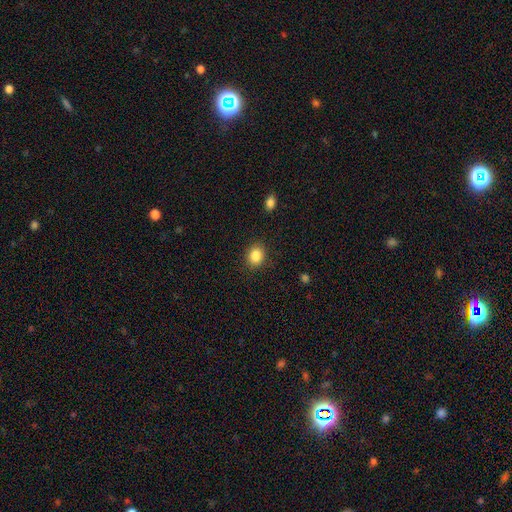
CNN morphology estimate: Smooth or featured?
  - smooth: 86% *
  - star or artifact: 9%
  - featured or disk: 5%
How rounded?
  - round: 58% *
  - in between: 41%
  - cigar-shaped: 1%
Merging?
  - none: 88% *
  - minor disturbance: 8%
  - major disturbance: 3%
  - merger: 1%